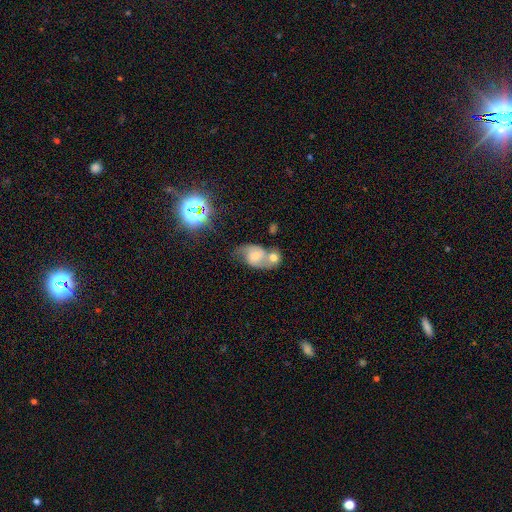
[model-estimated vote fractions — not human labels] The model was most divided on "smooth or featured": featured or disk: 51%, smooth: 36%, star or artifact: 13%. More confident: edge-on disk — no (96%); merging — merger (51%).